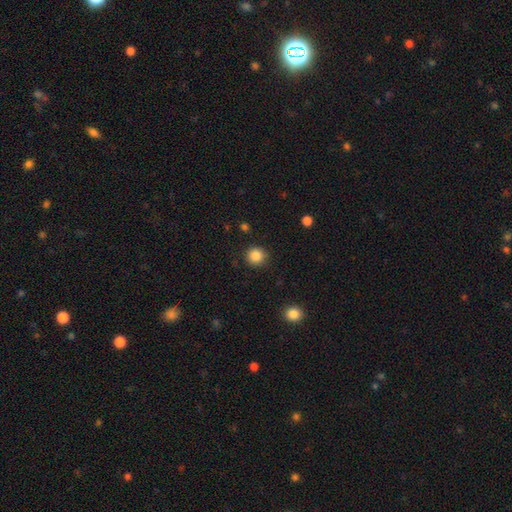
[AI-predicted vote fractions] This is clearly a smooth galaxy (86%). How rounded: clearly round (92%). Merging: clearly none (88%).